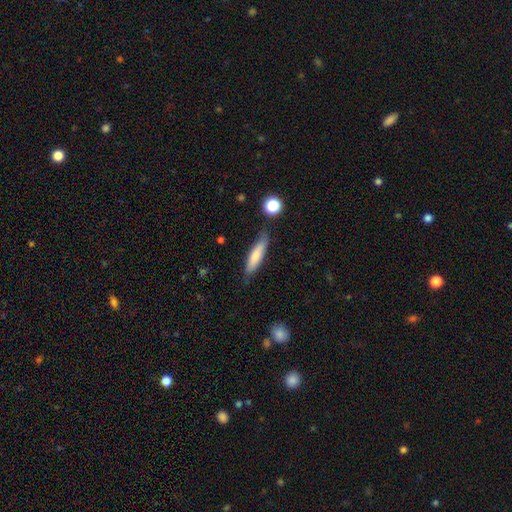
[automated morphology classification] This is likely a smooth galaxy (75%). How rounded: likely cigar-shaped (75%). Merging: likely none (75%).